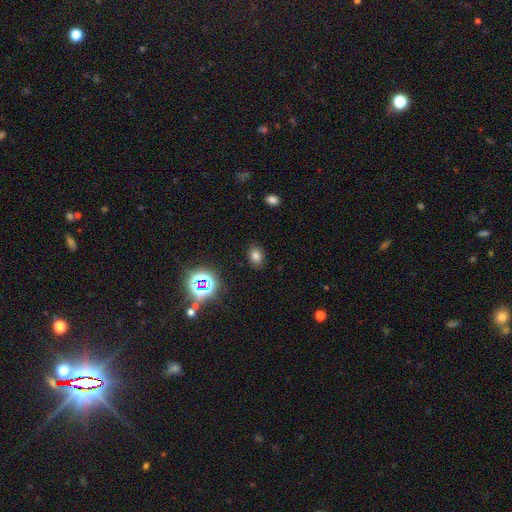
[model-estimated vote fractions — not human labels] This is likely a smooth galaxy (73%). How rounded: likely in between (75%). Merging: clearly none (86%).